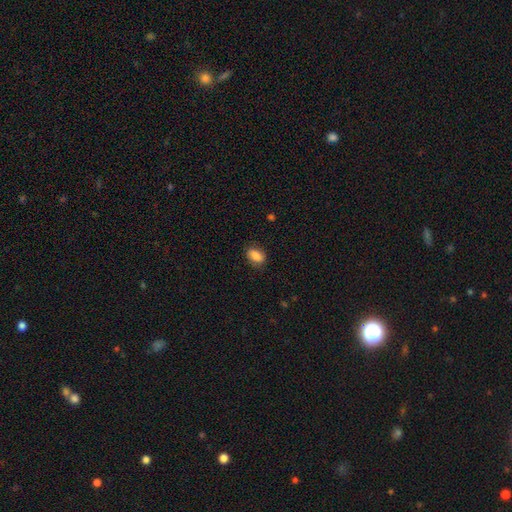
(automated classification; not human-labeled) Overall: smooth (86%). How rounded: in between (84%). Merging: none (83%).